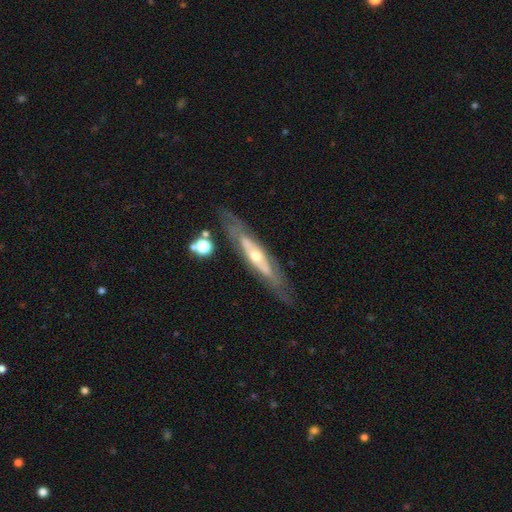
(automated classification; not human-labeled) A featured or disk galaxy (74%) viewed edge-on (51%).

Vote fractions:
- Smooth or featured? featured or disk: 74% / smooth: 20% / star or artifact: 6%
- Edge-on disk? yes: 51% / no: 49%
- Merging? none: 74% / minor disturbance: 15% / major disturbance: 7% / merger: 3%